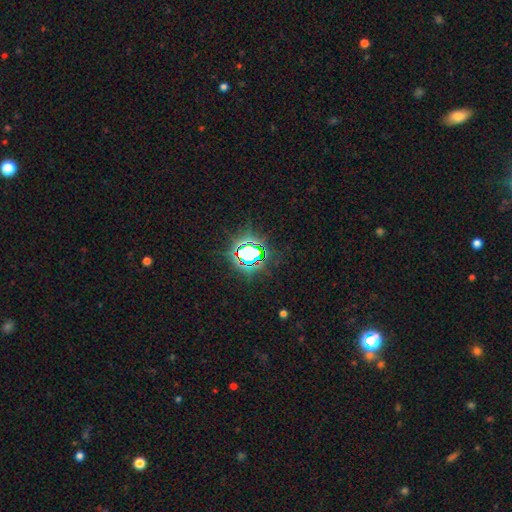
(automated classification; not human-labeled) Smooth or featured?
  - star or artifact: 74% *
  - smooth: 16%
  - featured or disk: 10%